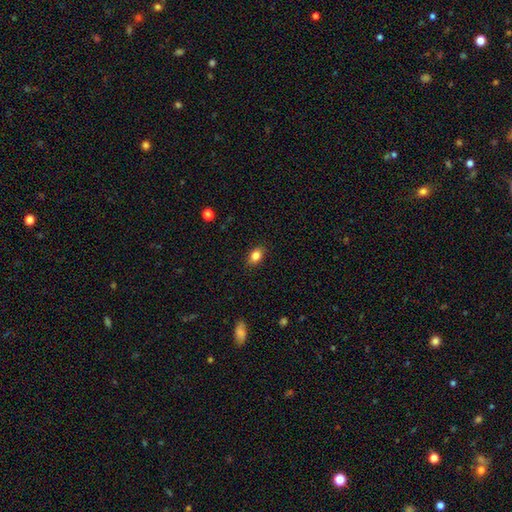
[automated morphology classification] Smooth or featured? smooth (84%)
How rounded? in between (79%)
Merging? none (87%)